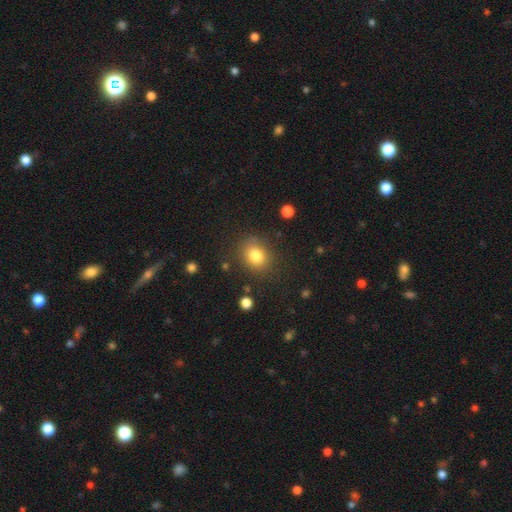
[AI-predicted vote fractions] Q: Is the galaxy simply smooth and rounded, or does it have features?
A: smooth — 80%.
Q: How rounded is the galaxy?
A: round — 66%.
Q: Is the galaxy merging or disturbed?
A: none — 81%.